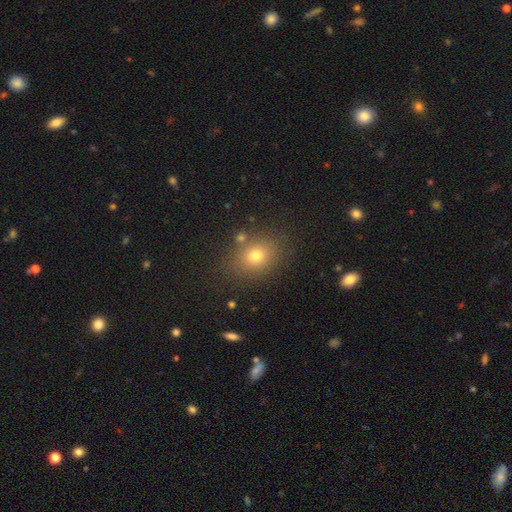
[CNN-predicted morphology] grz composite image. It shows a smooth galaxy with no disk features (73%) that is in between round and cigar-shaped (51%). Merging: none (80%).